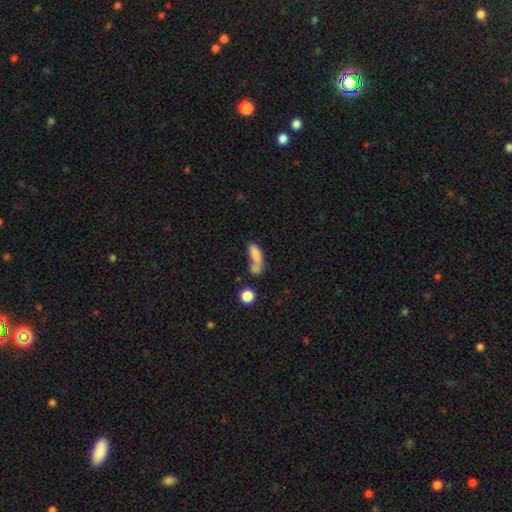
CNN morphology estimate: Smooth or featured?
  - smooth: 75% *
  - featured or disk: 15%
  - star or artifact: 11%
How rounded?
  - in between: 63% *
  - cigar-shaped: 32%
  - round: 6%
Merging?
  - merger: 35% *
  - none: 30%
  - major disturbance: 18%
  - minor disturbance: 16%